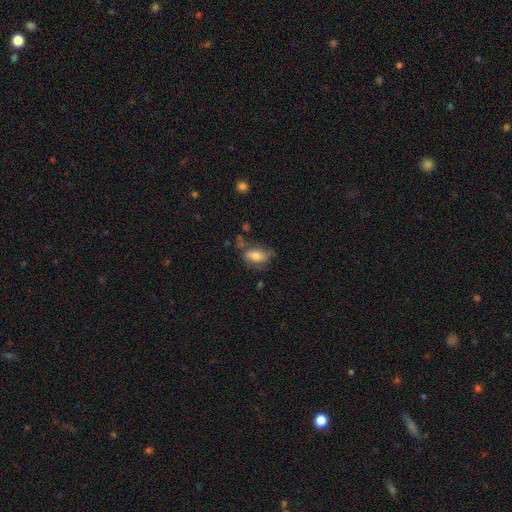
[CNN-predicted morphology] smooth 74%, featured or disk 17%, star or artifact 8%. Down the decision tree: how rounded — in between (87%); merging — none (55%).